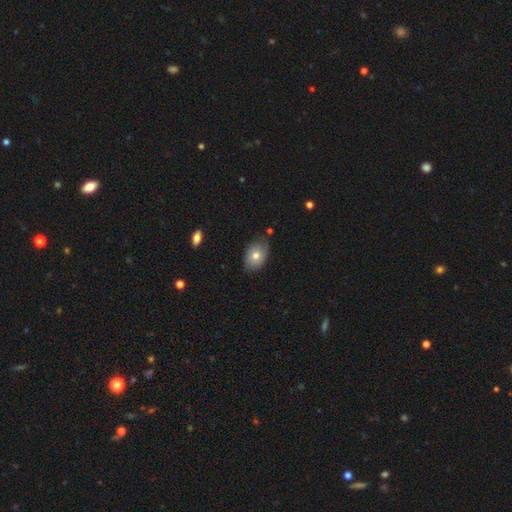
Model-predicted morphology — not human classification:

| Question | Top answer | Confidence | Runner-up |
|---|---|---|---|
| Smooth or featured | smooth | 64% | featured or disk (27%) |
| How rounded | in between | 73% | round (26%) |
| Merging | none | 66% | minor disturbance (26%) |